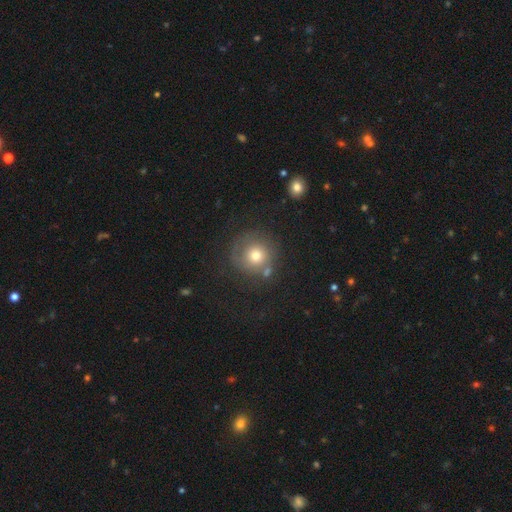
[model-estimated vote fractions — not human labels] smooth-or-featured: smooth: 64% | featured or disk: 22% | star or artifact: 14%
  how-rounded: round: 93% | in between: 6% | cigar-shaped: 1%
  merging: none: 67% | minor disturbance: 15% | major disturbance: 9% | merger: 9%